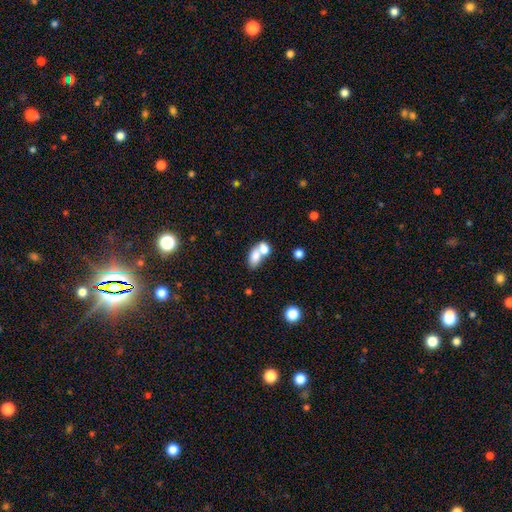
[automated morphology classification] Q: Smooth or featured?
A: smooth (75%); runner-up: featured or disk (17%)
Q: How rounded?
A: in between (82%); runner-up: round (15%)
Q: Merging?
A: merger (65%); runner-up: none (23%)